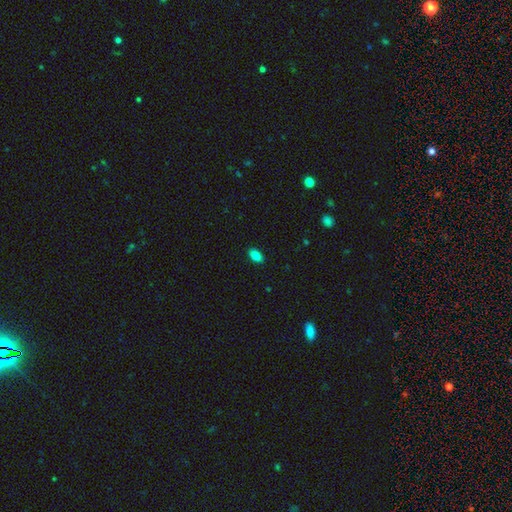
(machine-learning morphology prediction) The model was most divided on "smooth or featured": smooth: 85%, star or artifact: 9%, featured or disk: 6%. More confident: how rounded — in between (90%); merging — none (89%).